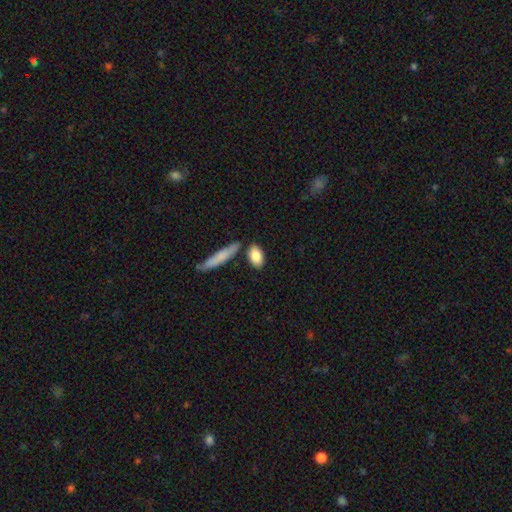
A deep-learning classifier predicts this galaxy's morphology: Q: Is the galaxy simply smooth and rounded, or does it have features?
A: smooth — 83%.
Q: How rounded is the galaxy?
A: in between — 83%.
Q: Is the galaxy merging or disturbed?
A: none — 74%.